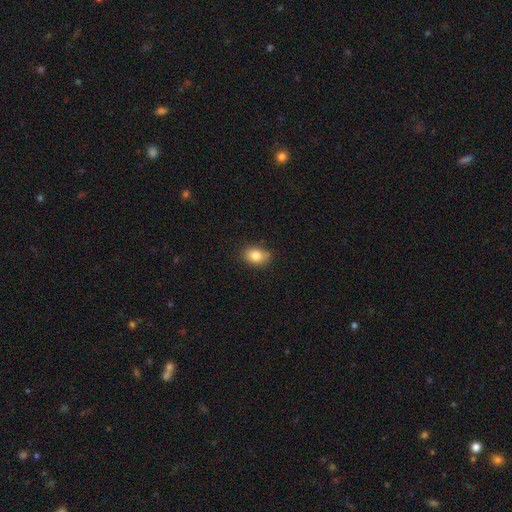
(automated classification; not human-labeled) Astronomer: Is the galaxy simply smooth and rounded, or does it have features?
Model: smooth — 83%.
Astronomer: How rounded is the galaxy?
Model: in between — 77%.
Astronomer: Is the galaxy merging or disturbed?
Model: none — 84%.